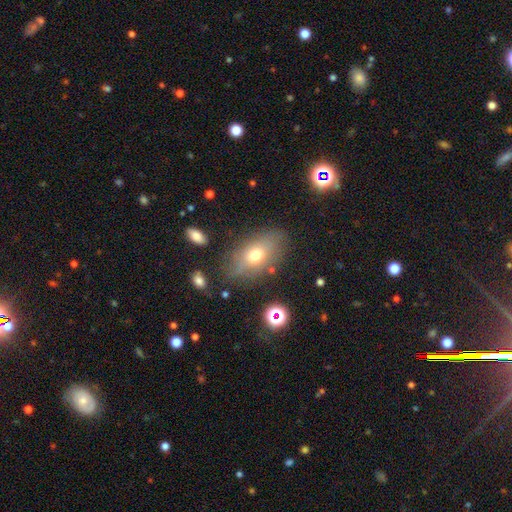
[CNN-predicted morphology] The model was most divided on "smooth or featured": smooth: 64%, featured or disk: 24%, star or artifact: 12%. More confident: how rounded — in between (85%); merging — none (72%).